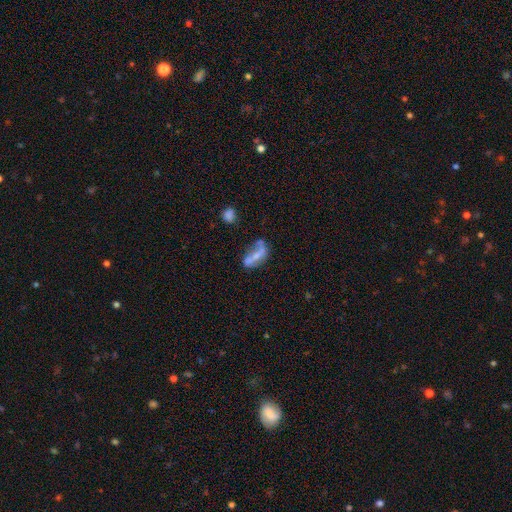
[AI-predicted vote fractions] This is possibly a featured or disk galaxy (52%). It is clearly not viewed edge-on (88%). Merging: marginally none (38%).